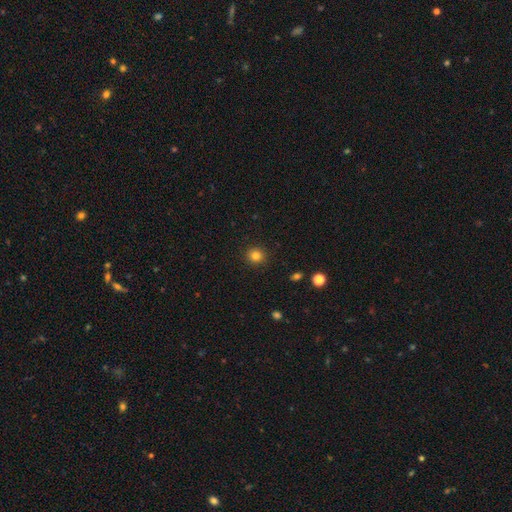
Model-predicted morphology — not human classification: Smooth or featured: smooth — 82% (star or artifact — 13%)
How rounded: round — 91% (in between — 8%)
Merging: none — 92% (minor disturbance — 5%)